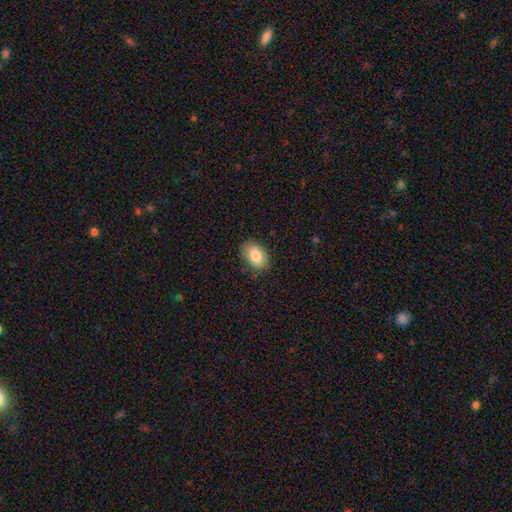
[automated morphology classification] type=smooth (84%); roundness=in between (83%); merging=none (83%).